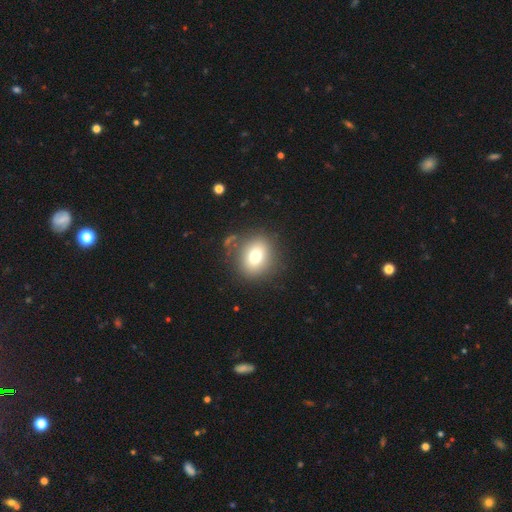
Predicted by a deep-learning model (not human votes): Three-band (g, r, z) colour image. It shows a smooth galaxy with no disk features (74%) that is round (64%). Merging: none (82%).